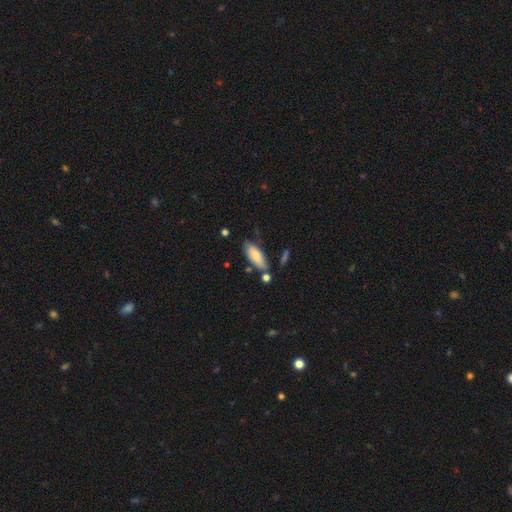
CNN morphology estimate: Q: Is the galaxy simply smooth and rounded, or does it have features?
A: smooth — 74%.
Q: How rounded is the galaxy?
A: in between — 71%.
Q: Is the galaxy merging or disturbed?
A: none — 68%.